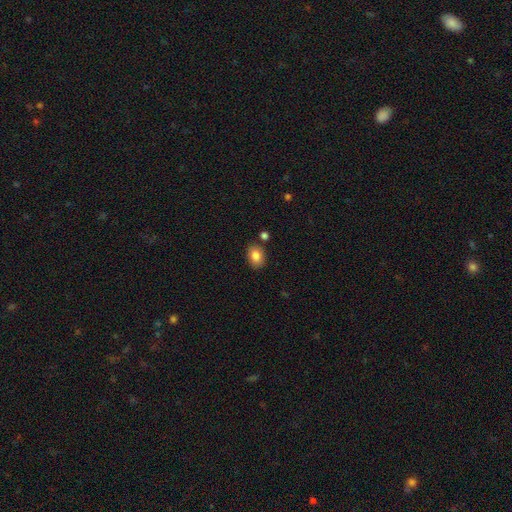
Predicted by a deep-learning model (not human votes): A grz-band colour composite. It shows a smooth galaxy with no disk features (84%) that is in between round and cigar-shaped (72%). Merging: none (82%).